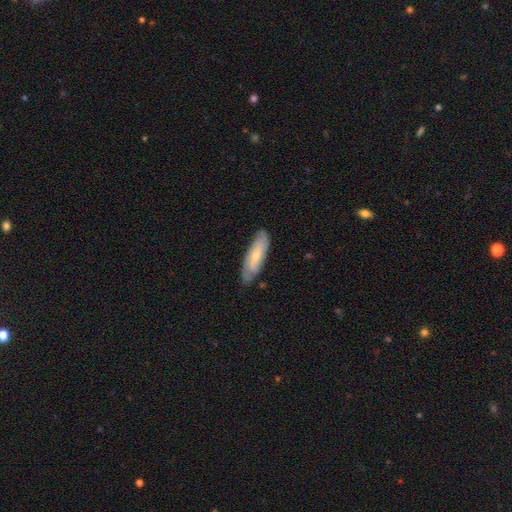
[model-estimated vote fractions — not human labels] This is possibly a featured or disk galaxy (49%). Merging: likely none (77%).